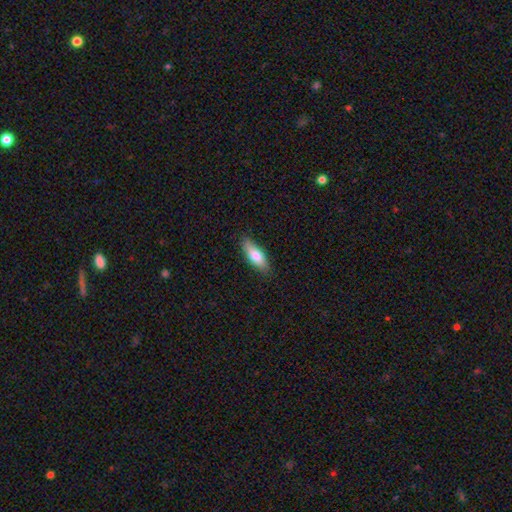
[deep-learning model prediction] A smooth galaxy with no disk features (74%) that is in between round and cigar-shaped (60%).

Vote fractions:
- Smooth or featured? smooth: 74% / featured or disk: 20% / star or artifact: 6%
- How rounded? in between: 60% / cigar-shaped: 38% / round: 2%
- Merging? none: 85% / minor disturbance: 12% / major disturbance: 2% / merger: 1%